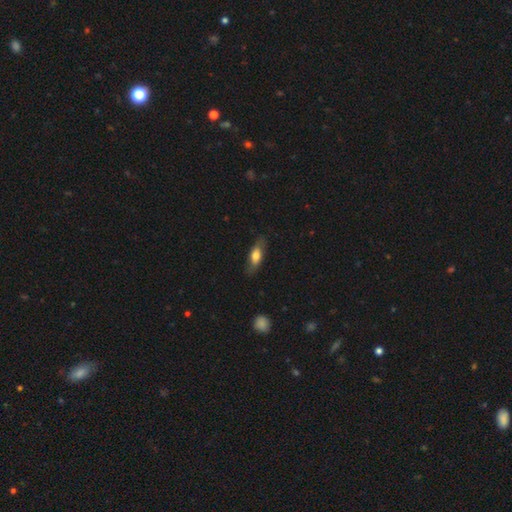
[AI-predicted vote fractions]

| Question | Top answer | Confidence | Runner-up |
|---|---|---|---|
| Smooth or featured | smooth | 66% | featured or disk (28%) |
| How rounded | in between | 65% | cigar-shaped (31%) |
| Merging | none | 79% | minor disturbance (16%) |